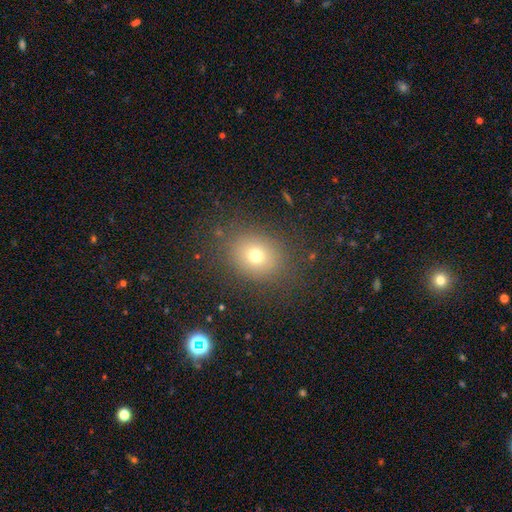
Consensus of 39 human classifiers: Smooth or featured? smooth (79%)
How rounded? round (61%)
Merging? none (81%)